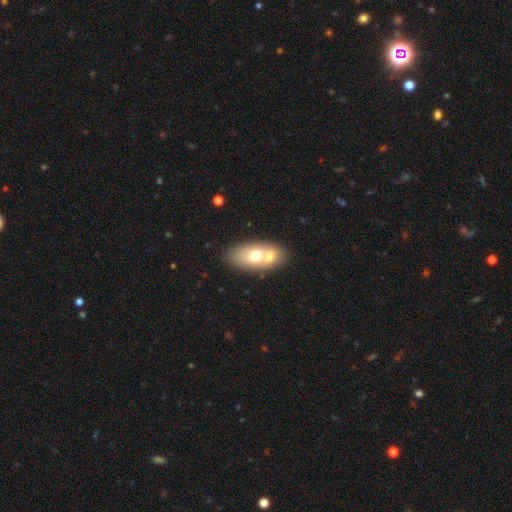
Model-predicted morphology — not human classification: Smooth or featured? smooth (61%)
How rounded? in between (86%)
Merging? merger (52%)